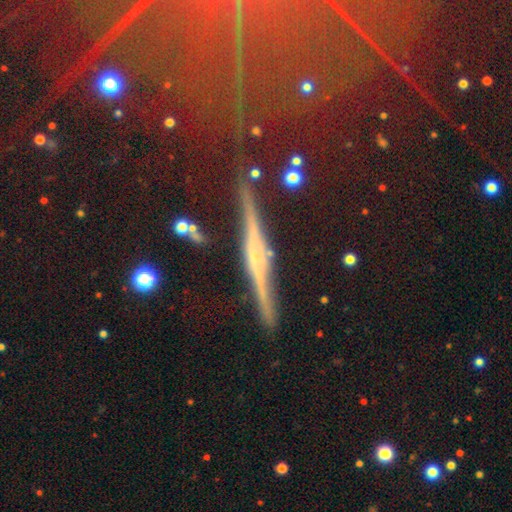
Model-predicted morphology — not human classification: type=featured or disk (71%); edge-on=yes (95%); edge-on bulge=rounded (56%); merging=none (82%).